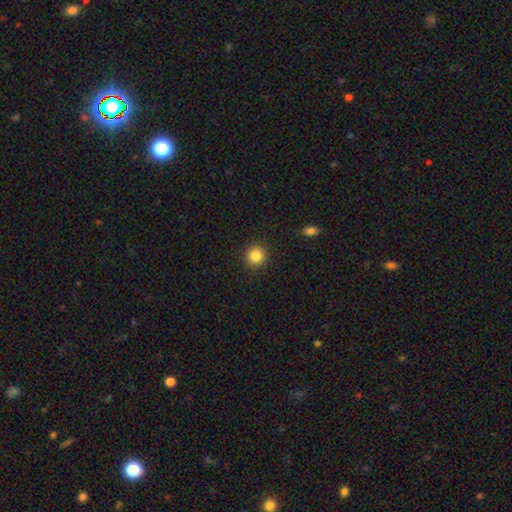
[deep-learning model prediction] Q: Smooth or featured?
A: smooth (84%); runner-up: star or artifact (11%)
Q: How rounded?
A: round (93%); runner-up: in between (6%)
Q: Merging?
A: none (92%); runner-up: minor disturbance (5%)